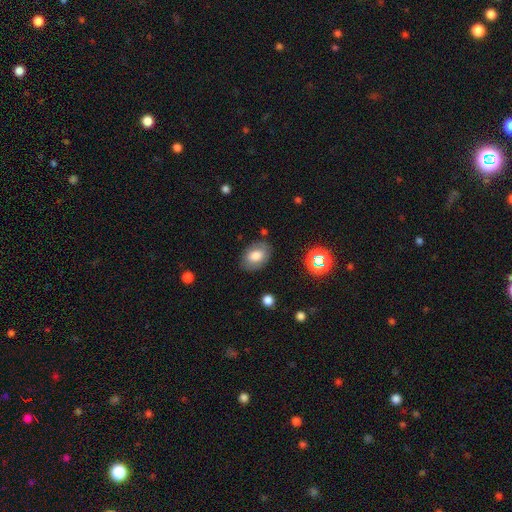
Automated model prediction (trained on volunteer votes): The model was most divided on "smooth or featured": smooth: 73%, featured or disk: 18%, star or artifact: 9%. More confident: how rounded — in between (81%); merging — none (80%).